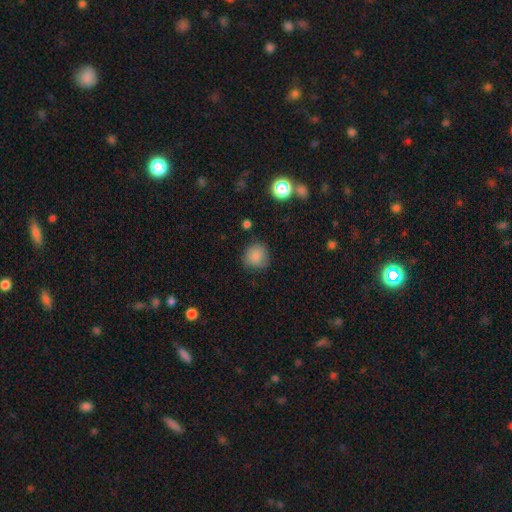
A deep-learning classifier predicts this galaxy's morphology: Q: Smooth or featured?
A: smooth (84%); runner-up: star or artifact (10%)
Q: How rounded?
A: round (86%); runner-up: in between (13%)
Q: Merging?
A: none (79%); runner-up: minor disturbance (15%)